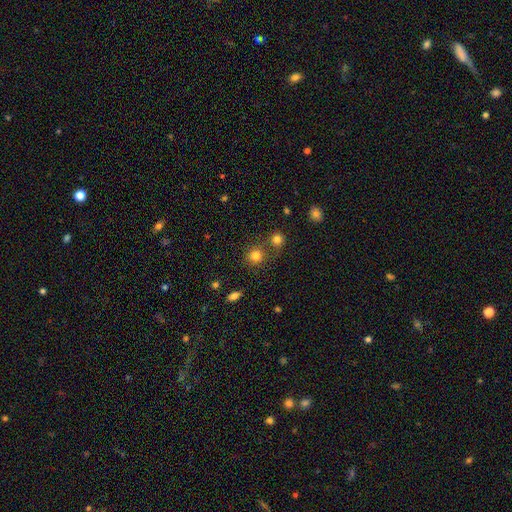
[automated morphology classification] Smooth or featured: smooth — 80% (star or artifact — 14%)
How rounded: round — 88% (in between — 11%)
Merging: none — 66% (merger — 21%)